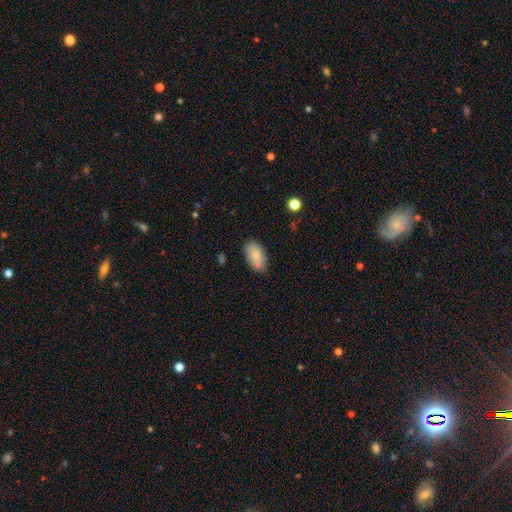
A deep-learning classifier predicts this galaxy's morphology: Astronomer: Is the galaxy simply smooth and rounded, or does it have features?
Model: smooth — 83%.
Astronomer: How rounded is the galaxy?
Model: in between — 94%.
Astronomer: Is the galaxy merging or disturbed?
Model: none — 77%.